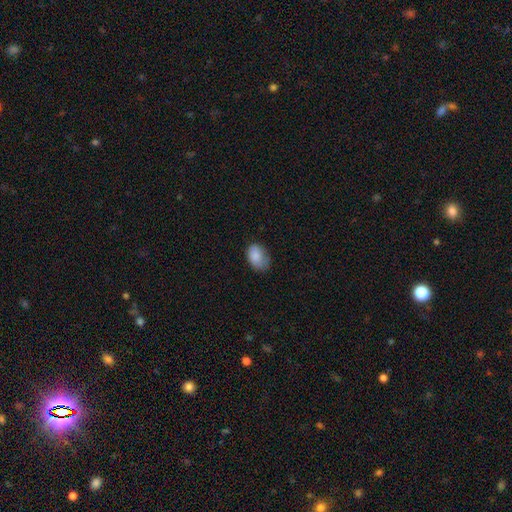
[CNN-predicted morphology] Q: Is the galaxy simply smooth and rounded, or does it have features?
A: smooth — 83%.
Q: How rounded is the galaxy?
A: in between — 78%.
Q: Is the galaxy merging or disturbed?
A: none — 58%.